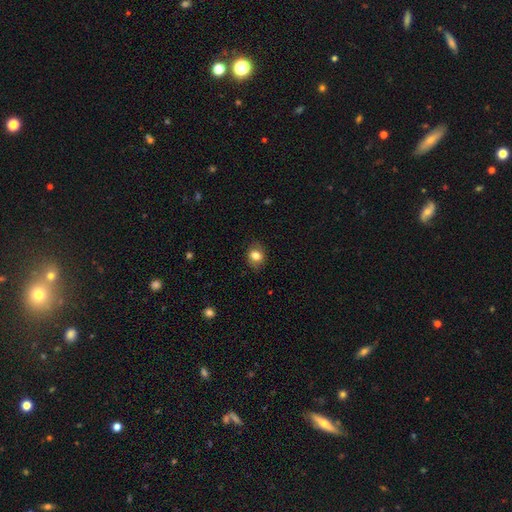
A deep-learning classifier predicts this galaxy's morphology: The model was most divided on "how rounded": round: 52%, in between: 47%, cigar-shaped: 1%. More confident: merging — none (83%); smooth or featured — smooth (80%).